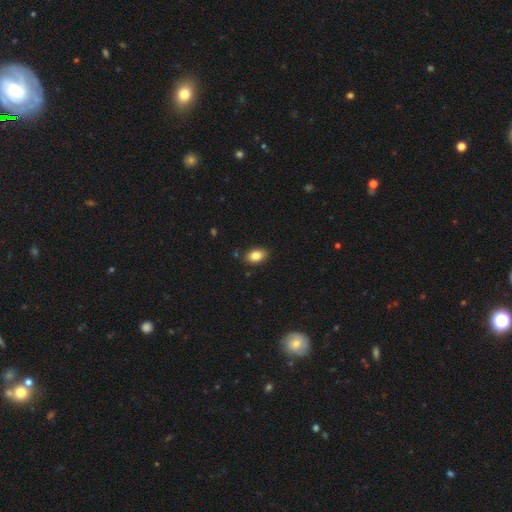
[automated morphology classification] Smooth or featured?
  - smooth: 84% *
  - star or artifact: 8%
  - featured or disk: 8%
How rounded?
  - in between: 88% *
  - round: 10%
  - cigar-shaped: 1%
Merging?
  - none: 86% *
  - minor disturbance: 10%
  - major disturbance: 2%
  - merger: 2%